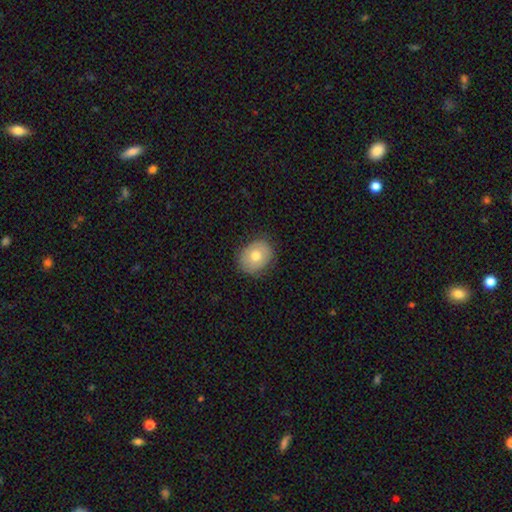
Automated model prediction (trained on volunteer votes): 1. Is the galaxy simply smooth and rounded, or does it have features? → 72% smooth, 20% featured or disk, 8% star or artifact.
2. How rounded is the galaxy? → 55% round, 45% in between, 1% cigar-shaped.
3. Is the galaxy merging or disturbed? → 81% none, 15% minor disturbance, 3% major disturbance, 1% merger.